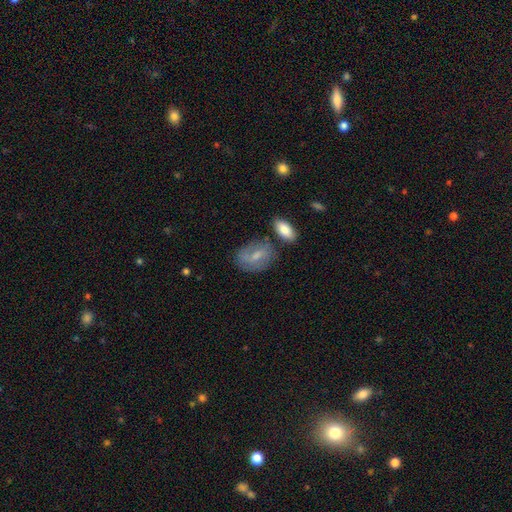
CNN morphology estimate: A smooth galaxy with no disk features (53%) that is in between round and cigar-shaped (75%). Merging: none (65%).